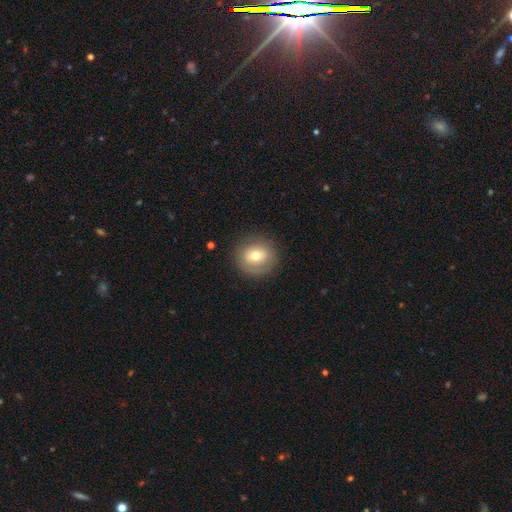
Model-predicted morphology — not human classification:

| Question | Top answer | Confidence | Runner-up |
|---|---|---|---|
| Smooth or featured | smooth | 64% | featured or disk (27%) |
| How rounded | round | 87% | in between (12%) |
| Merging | none | 83% | minor disturbance (11%) |